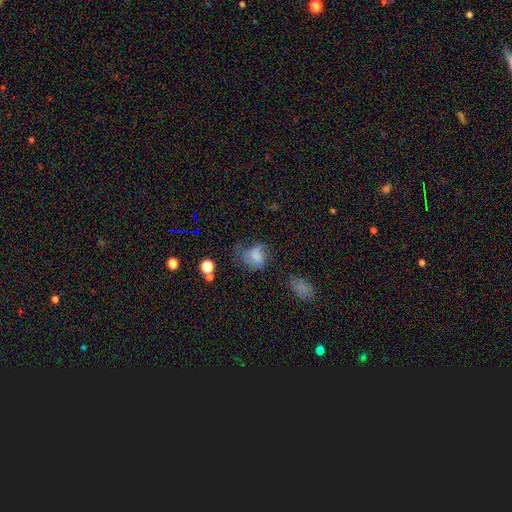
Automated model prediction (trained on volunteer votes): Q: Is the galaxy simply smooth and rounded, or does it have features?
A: smooth — 65%.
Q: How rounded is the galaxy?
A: in between — 51%.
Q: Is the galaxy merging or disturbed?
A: none — 36%.